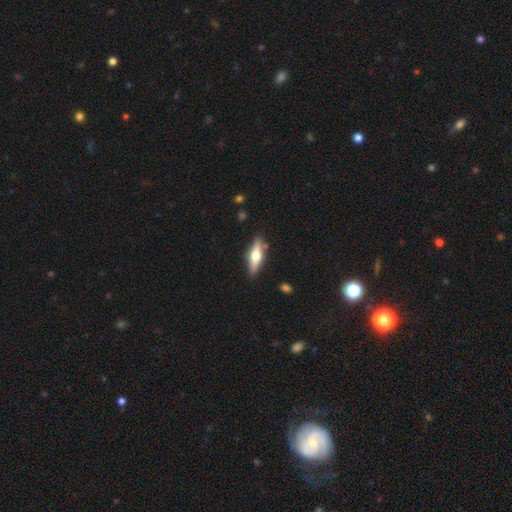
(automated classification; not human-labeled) This appears to be a smooth galaxy with no disk features (51%) that is cigar-shaped (52%). Merging: none (83%).